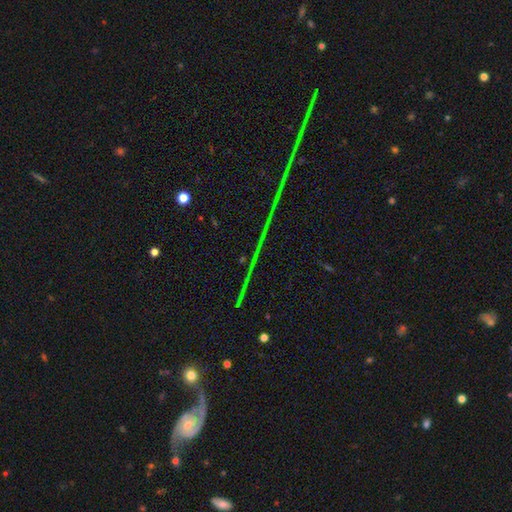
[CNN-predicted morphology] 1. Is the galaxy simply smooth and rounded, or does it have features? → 64% star or artifact, 22% featured or disk, 14% smooth.